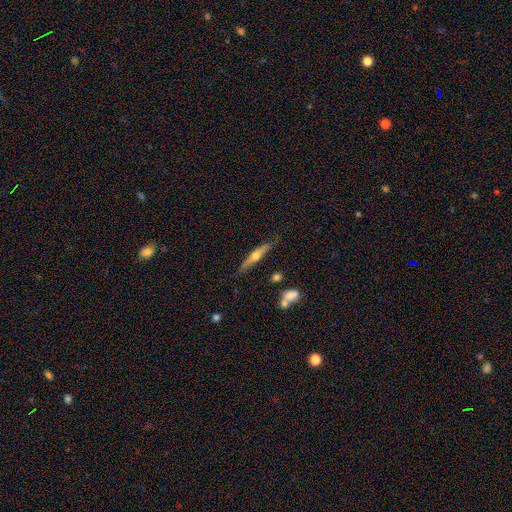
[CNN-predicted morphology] Smooth or featured? featured or disk (63%)
Edge-on disk? yes (96%)
Edge-on bulge? rounded (92%)
Merging? none (81%)